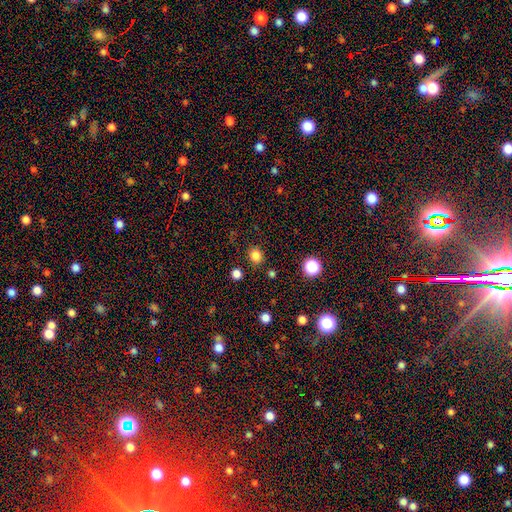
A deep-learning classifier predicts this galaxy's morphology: This is clearly a smooth galaxy (82%). How rounded: clearly round (81%). Merging: clearly none (86%).